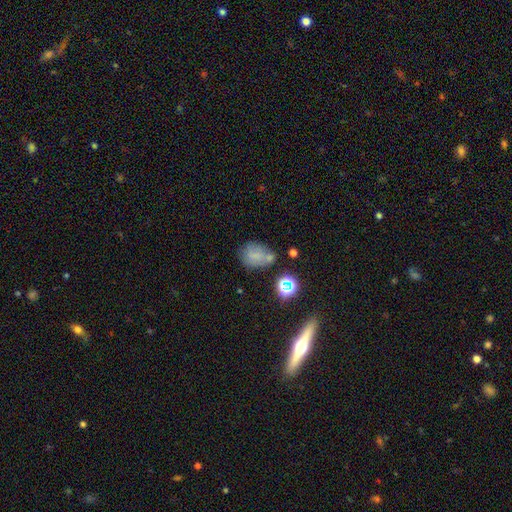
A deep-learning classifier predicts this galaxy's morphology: smooth 64%, star or artifact 20%, featured or disk 16%. Down the decision tree: how rounded — in between (50%); merging — none (47%).